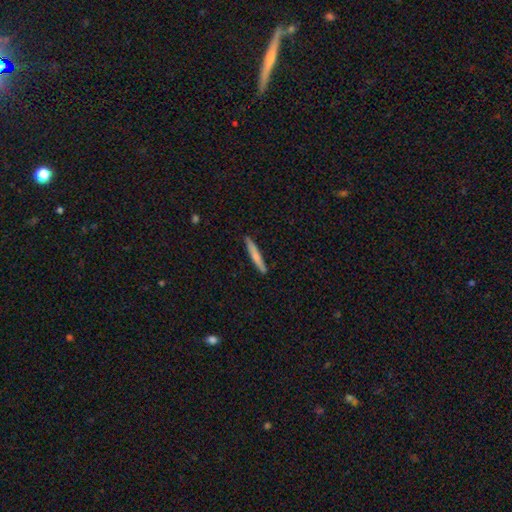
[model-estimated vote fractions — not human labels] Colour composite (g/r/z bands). It shows a smooth galaxy with no disk features (65%) that is cigar-shaped (95%). Merging: none (90%).